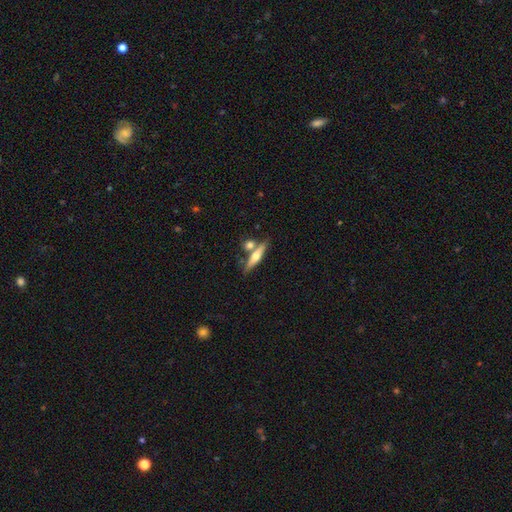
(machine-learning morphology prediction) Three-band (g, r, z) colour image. It shows a smooth galaxy with no disk features (49%). Merging: none (64%).